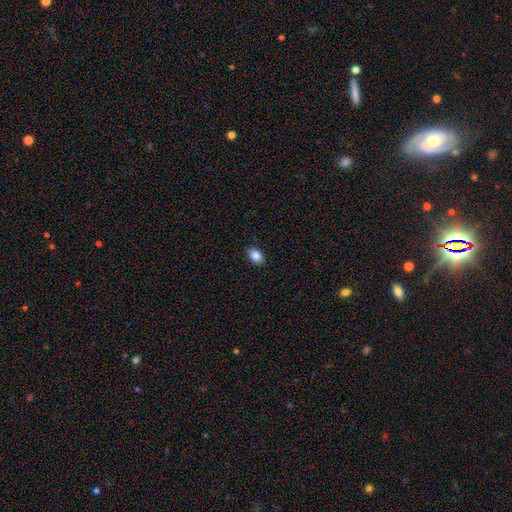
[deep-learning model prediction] This appears to be a smooth galaxy with no disk features (86%) that is in between round and cigar-shaped (75%). Merging: none (89%).